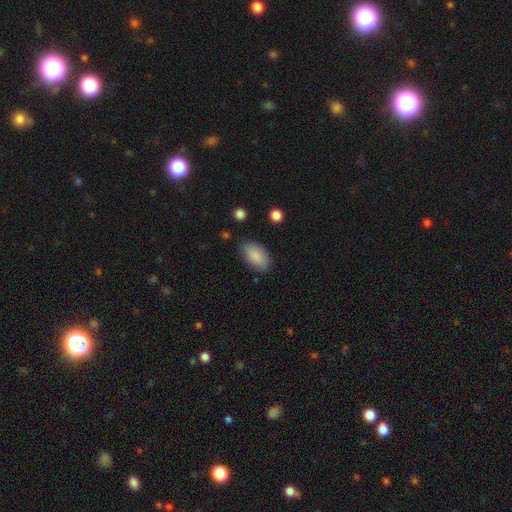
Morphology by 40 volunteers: smooth-or-featured: smooth: 88% | star or artifact: 8% | featured or disk: 5%
  how-rounded: in between: 97% | round: 3% | cigar-shaped: 0%
  merging: none: 73% | minor disturbance: 24% | major disturbance: 3% | merger: 0%